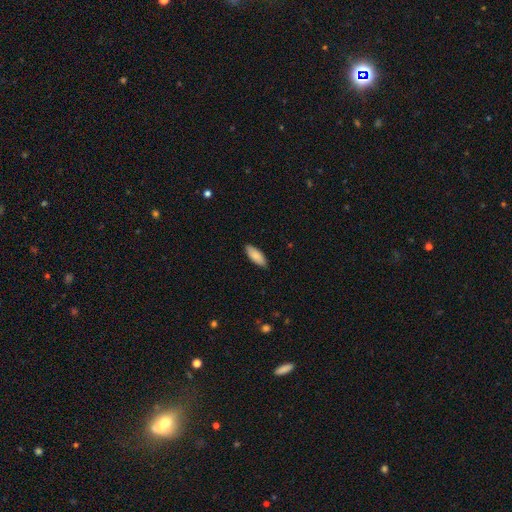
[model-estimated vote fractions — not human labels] A smooth galaxy with no disk features (86%) that is in between round and cigar-shaped (76%). Merging: none (88%).